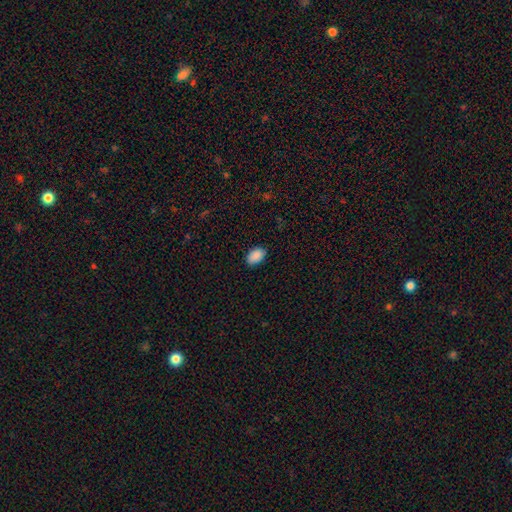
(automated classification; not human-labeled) A smooth galaxy with no disk features (90%) that is in between round and cigar-shaped (90%).

Vote fractions:
- Smooth or featured? smooth: 90% / star or artifact: 7% / featured or disk: 3%
- How rounded? in between: 90% / round: 8% / cigar-shaped: 1%
- Merging? none: 85% / minor disturbance: 12% / major disturbance: 2% / merger: 1%